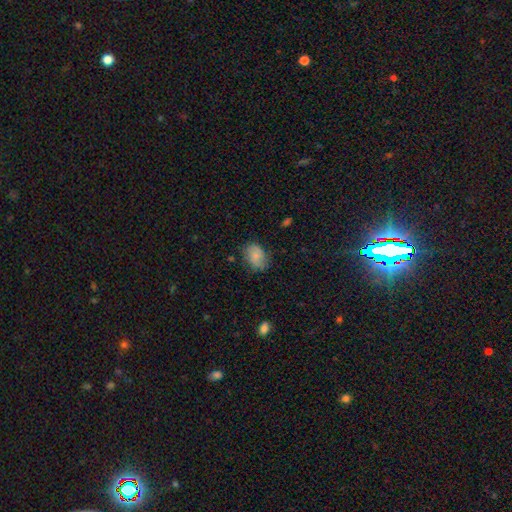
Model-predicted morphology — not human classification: A smooth galaxy with no disk features (71%) that is in between round and cigar-shaped (70%). Merging: none (66%).